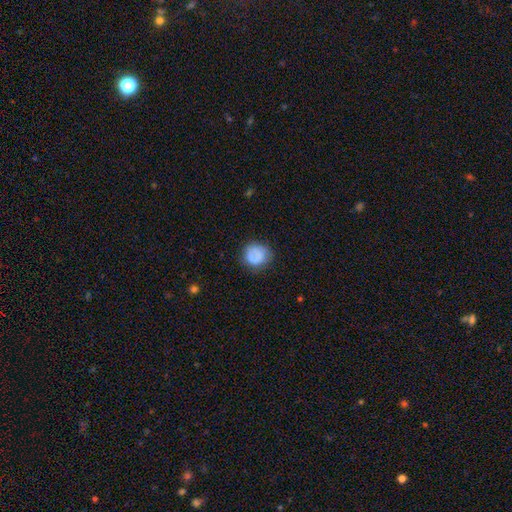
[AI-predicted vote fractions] Overall: smooth (75%). How rounded: round (86%). Merging: none (76%).